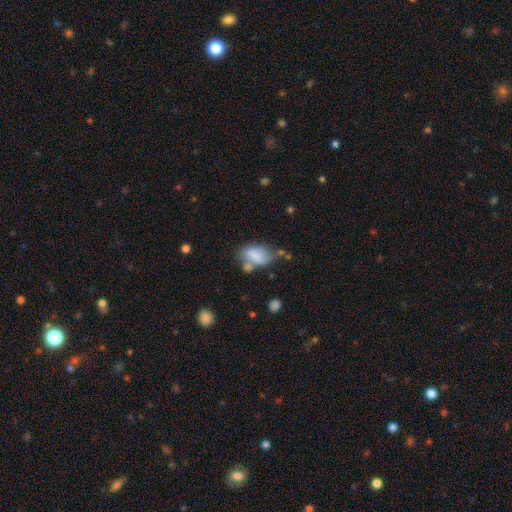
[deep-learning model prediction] A smooth galaxy with no disk features (74%) that is in between round and cigar-shaped (89%).

Vote fractions:
- Smooth or featured? smooth: 74% / featured or disk: 17% / star or artifact: 9%
- How rounded? in between: 89% / round: 8% / cigar-shaped: 2%
- Merging? none: 32% / merger: 26% / minor disturbance: 26% / major disturbance: 15%